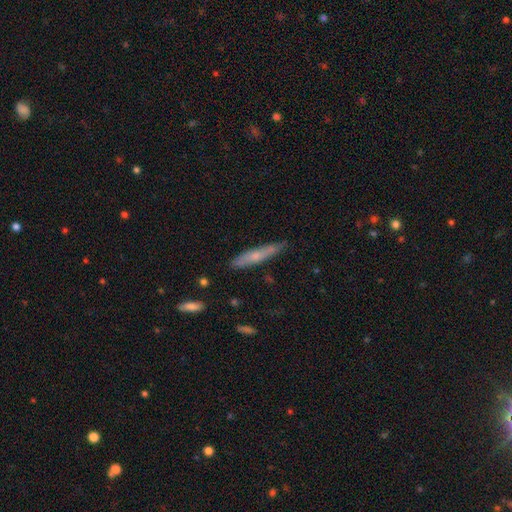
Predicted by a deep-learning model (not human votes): This is possibly a smooth galaxy (53%). How rounded: clearly cigar-shaped (90%). Merging: clearly none (82%).